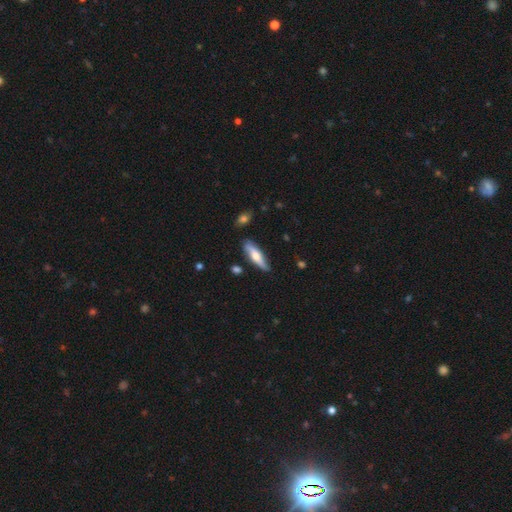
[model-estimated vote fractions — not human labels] Morphology: type=smooth (56%); roundness=cigar-shaped (64%); merging=none (78%).